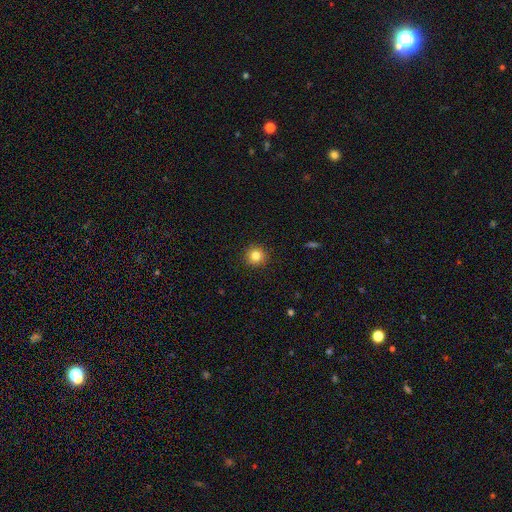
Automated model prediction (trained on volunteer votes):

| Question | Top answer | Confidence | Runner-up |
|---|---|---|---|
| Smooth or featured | smooth | 81% | star or artifact (12%) |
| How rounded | round | 93% | in between (6%) |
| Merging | none | 91% | minor disturbance (6%) |